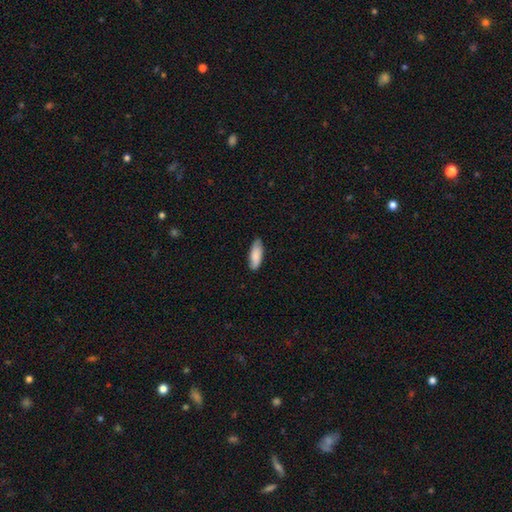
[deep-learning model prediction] This is clearly a smooth galaxy (82%). How rounded: likely in between (64%). Merging: clearly none (83%).